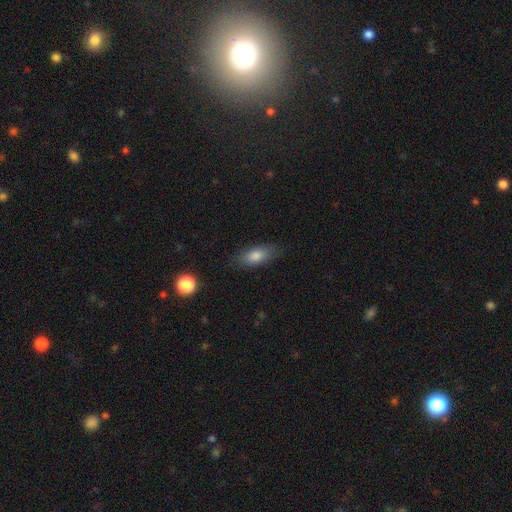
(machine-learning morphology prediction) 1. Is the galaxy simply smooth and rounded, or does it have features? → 81% smooth, 11% featured or disk, 8% star or artifact.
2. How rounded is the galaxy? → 80% in between, 15% cigar-shaped, 4% round.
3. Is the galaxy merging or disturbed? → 82% none, 14% minor disturbance, 4% major disturbance, 1% merger.